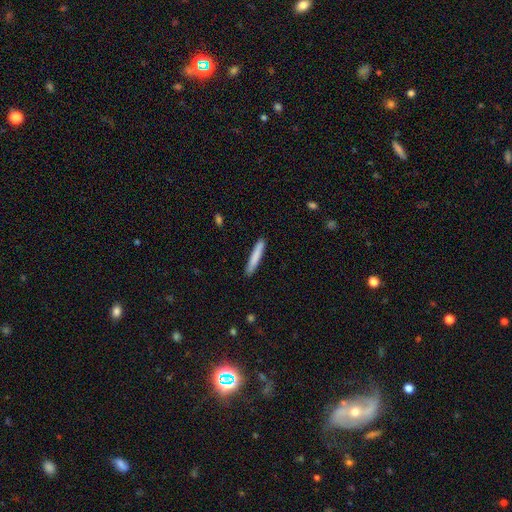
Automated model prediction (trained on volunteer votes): Smooth or featured: smooth — 80% (featured or disk — 14%)
How rounded: cigar-shaped — 95% (in between — 4%)
Merging: none — 89% (minor disturbance — 8%)